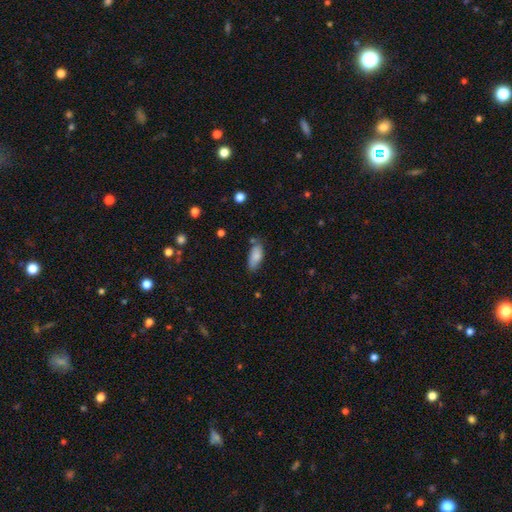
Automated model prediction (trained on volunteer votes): This appears to be a smooth galaxy with no disk features (85%) that is in between round and cigar-shaped (85%). Merging: none (68%).